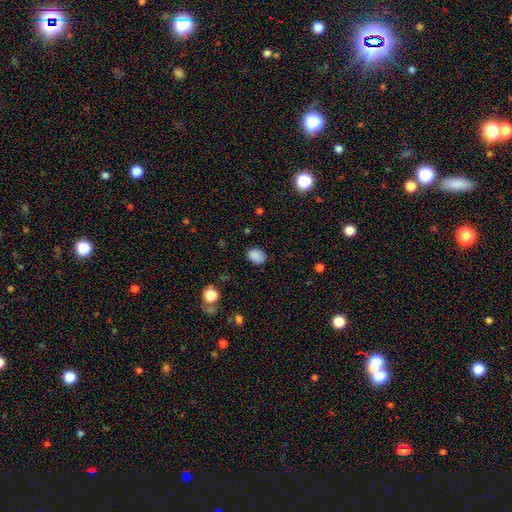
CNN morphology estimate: Smooth or featured: smooth — 85% (star or artifact — 11%)
How rounded: in between — 71% (round — 28%)
Merging: none — 82% (minor disturbance — 13%)